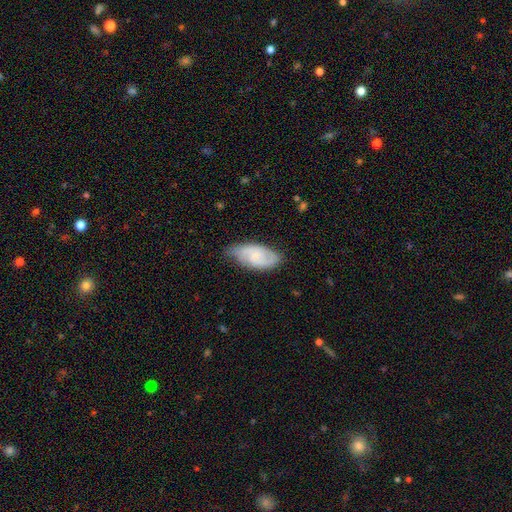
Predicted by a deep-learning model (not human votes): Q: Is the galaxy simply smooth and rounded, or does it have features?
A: featured or disk — 57%.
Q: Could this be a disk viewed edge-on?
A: no — 95%.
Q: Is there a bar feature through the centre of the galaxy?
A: no — 60%.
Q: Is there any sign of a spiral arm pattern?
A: yes — 91%.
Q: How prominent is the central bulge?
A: small — 50%.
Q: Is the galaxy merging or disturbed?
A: none — 63%.